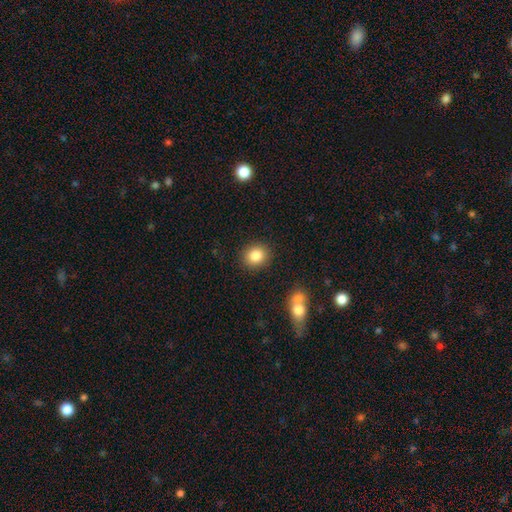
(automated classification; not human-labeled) Morphology: type=smooth (84%); roundness=round (79%); merging=none (88%).